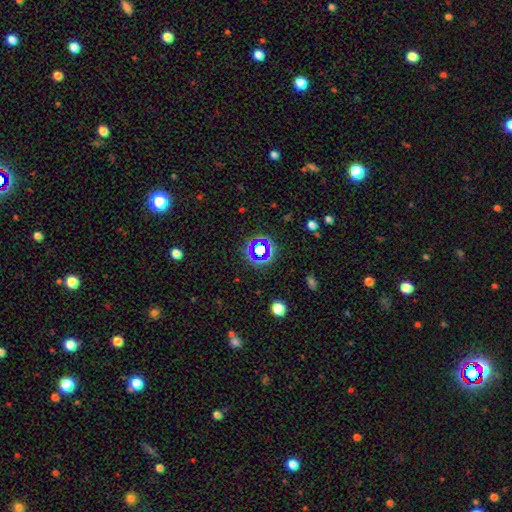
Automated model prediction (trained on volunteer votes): Q: Smooth or featured?
A: star or artifact (61%); runner-up: smooth (28%)